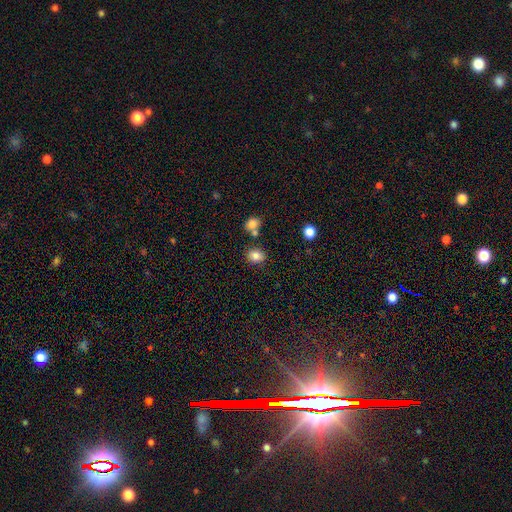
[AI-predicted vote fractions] Smooth or featured?
  - smooth: 83% *
  - star or artifact: 11%
  - featured or disk: 6%
How rounded?
  - round: 54% *
  - in between: 45%
  - cigar-shaped: 1%
Merging?
  - none: 76% *
  - minor disturbance: 11%
  - merger: 10%
  - major disturbance: 3%